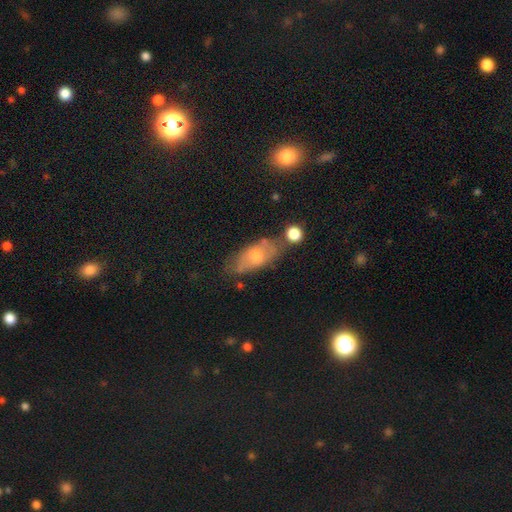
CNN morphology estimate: Q: Smooth or featured?
A: smooth (53%); runner-up: featured or disk (38%)
Q: How rounded?
A: in between (84%); runner-up: cigar-shaped (11%)
Q: Merging?
A: none (61%); runner-up: minor disturbance (23%)